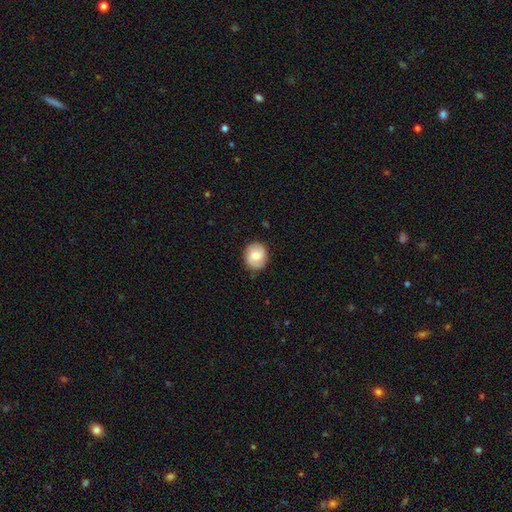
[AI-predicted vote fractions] The model was most divided on "smooth or featured": smooth: 60%, featured or disk: 32%, star or artifact: 7%. More confident: merging — none (84%); how rounded — round (71%).